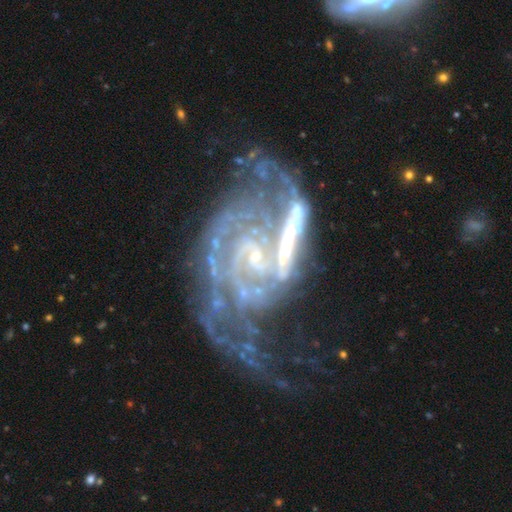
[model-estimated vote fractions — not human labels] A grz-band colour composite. It shows a featured or disk galaxy (85%) with no bar (37%), 2 (36%) tight (38%) spiral arms (86%) and a small central bulge (53%). Merging: major disturbance (44%).